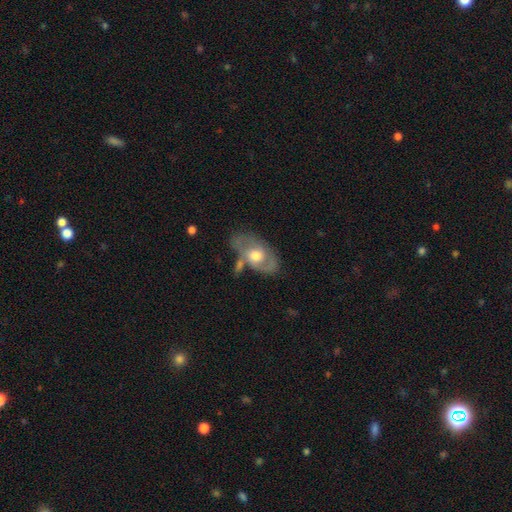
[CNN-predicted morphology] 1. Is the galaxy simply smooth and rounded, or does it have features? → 58% featured or disk, 36% smooth, 6% star or artifact.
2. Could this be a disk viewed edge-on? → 91% no, 9% yes.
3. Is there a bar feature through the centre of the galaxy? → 74% no, 21% weak, 4% strong.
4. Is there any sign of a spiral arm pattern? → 59% yes, 41% no.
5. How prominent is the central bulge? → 72% moderate, 15% large, 10% small, 1% none, 1% dominant.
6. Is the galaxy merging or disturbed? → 49% none, 23% minor disturbance, 17% merger, 11% major disturbance.